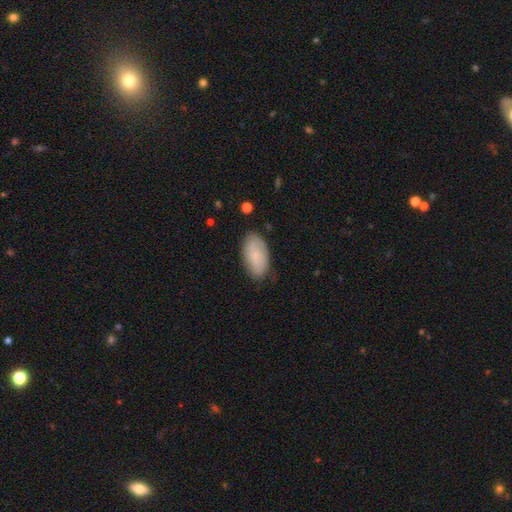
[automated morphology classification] smooth 73%, featured or disk 20%, star or artifact 7%. Down the decision tree: how rounded — in between (94%); merging — none (78%).